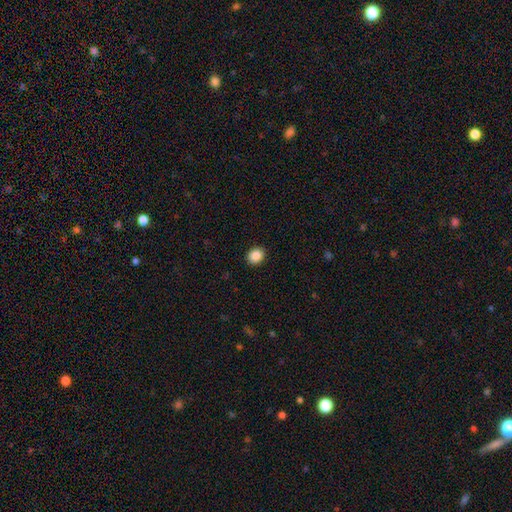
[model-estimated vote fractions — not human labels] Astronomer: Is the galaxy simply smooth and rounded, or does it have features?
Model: smooth — 88%.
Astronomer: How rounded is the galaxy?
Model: round — 68%.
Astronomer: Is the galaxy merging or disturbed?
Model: none — 92%.